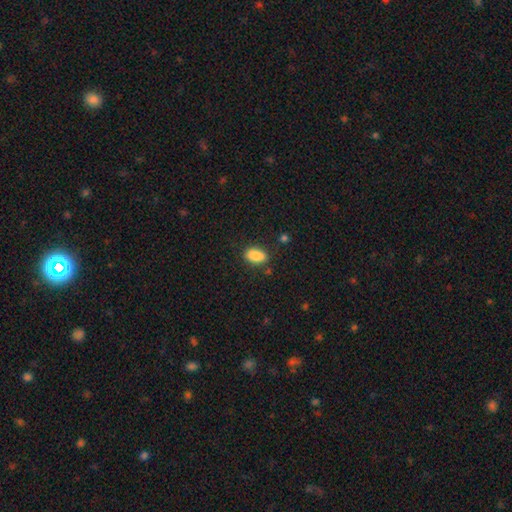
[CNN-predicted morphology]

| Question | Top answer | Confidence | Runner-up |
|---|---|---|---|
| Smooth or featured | smooth | 87% | star or artifact (8%) |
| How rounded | in between | 90% | round (6%) |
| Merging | none | 81% | minor disturbance (13%) |